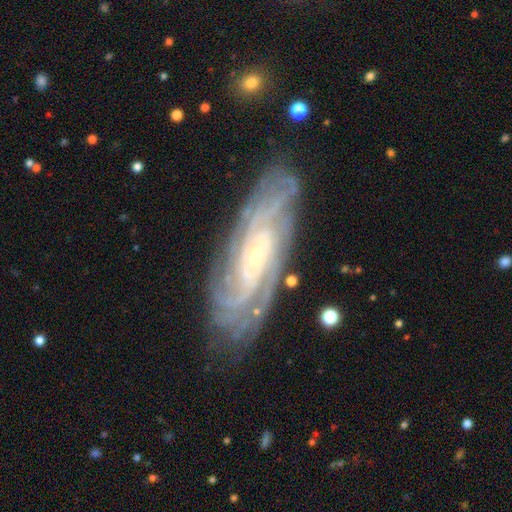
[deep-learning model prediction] This is clearly a featured or disk galaxy (88%). It is clearly not viewed edge-on (91%). Bar: likely no (66%). Spiral arm pattern: clearly yes (98%). Spiral arm count: marginally can't tell (27%). Spiral winding: likely tight (73%). Central bulge: clearly small (81%). Merging: clearly none (80%).